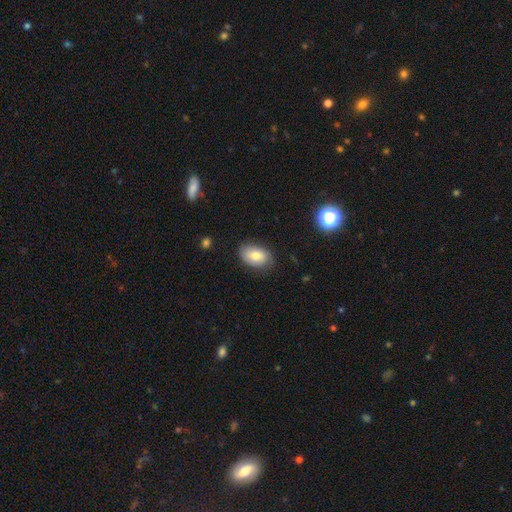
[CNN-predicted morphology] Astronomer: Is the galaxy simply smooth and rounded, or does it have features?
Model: smooth — 77%.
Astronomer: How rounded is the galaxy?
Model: in between — 89%.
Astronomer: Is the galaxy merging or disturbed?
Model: none — 80%.